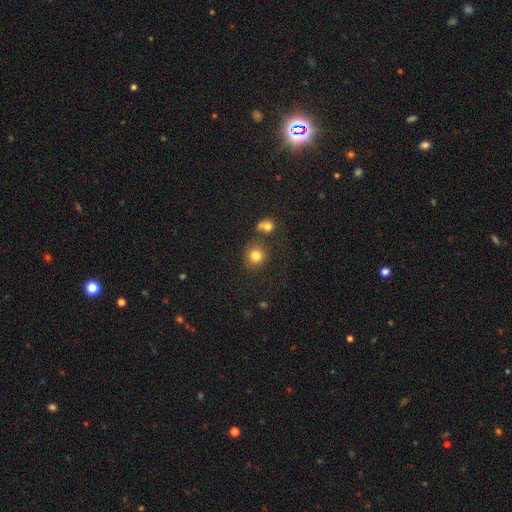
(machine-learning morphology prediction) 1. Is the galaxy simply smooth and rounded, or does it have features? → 80% smooth, 13% star or artifact, 7% featured or disk.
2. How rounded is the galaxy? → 88% round, 11% in between, 1% cigar-shaped.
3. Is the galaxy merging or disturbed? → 75% none, 11% merger, 10% minor disturbance, 4% major disturbance.